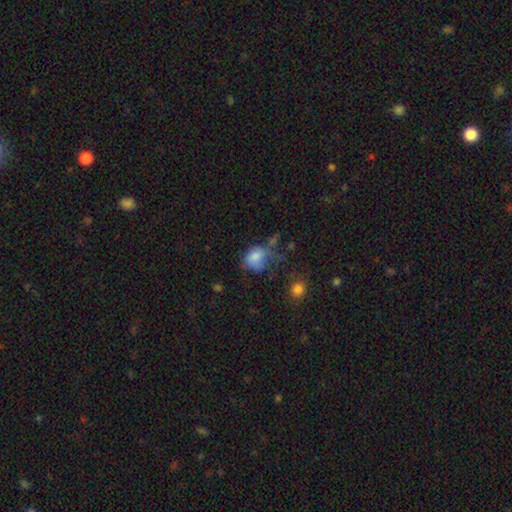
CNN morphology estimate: Smooth or featured?
  - smooth: 74% *
  - featured or disk: 15%
  - star or artifact: 11%
How rounded?
  - in between: 58% *
  - round: 41%
  - cigar-shaped: 1%
Merging?
  - major disturbance: 33% *
  - none: 29%
  - minor disturbance: 27%
  - merger: 11%